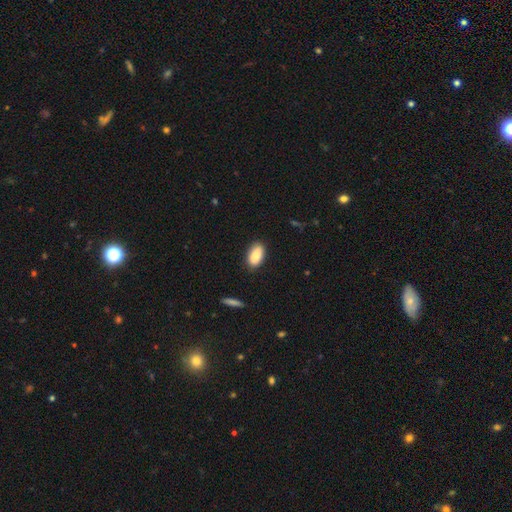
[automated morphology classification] Q: Smooth or featured?
A: smooth (88%); runner-up: star or artifact (7%)
Q: How rounded?
A: in between (93%); runner-up: round (4%)
Q: Merging?
A: none (85%); runner-up: minor disturbance (11%)